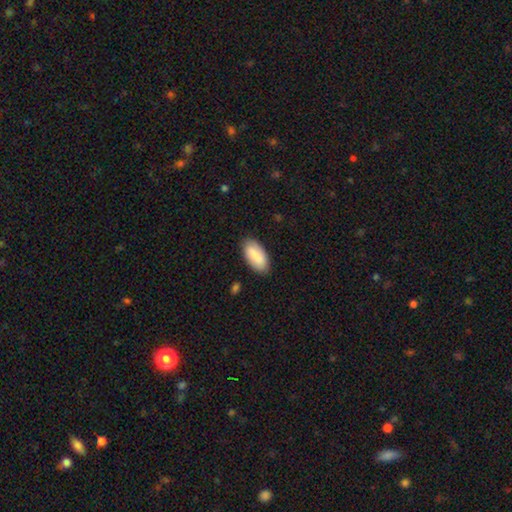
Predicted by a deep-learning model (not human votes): smooth_or_featured: smooth (p=0.79) [alt: featured or disk p=0.15]
how_rounded: in between (p=0.91) [alt: cigar-shaped p=0.07]
merging: none (p=0.84) [alt: minor disturbance p=0.12]